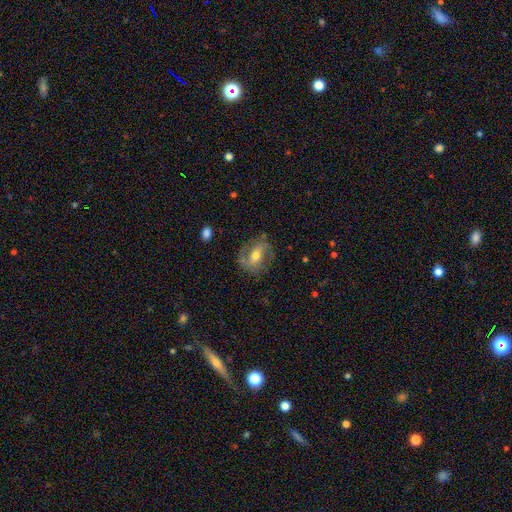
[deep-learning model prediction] Overall: featured or disk (63%; smooth 29%). Edge-on disk: no (93%). Bar: weak (40%; strong 35%). Spiral arms: yes (75%). Bulge size: moderate (68%). Merging: none (74%).